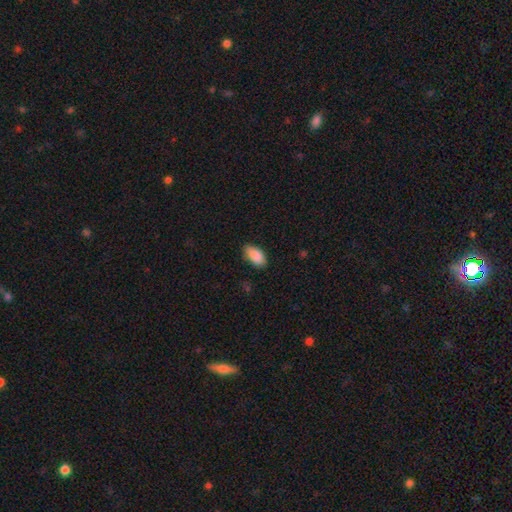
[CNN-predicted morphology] This is clearly a smooth galaxy (89%). How rounded: clearly in between (93%). Merging: likely none (77%).